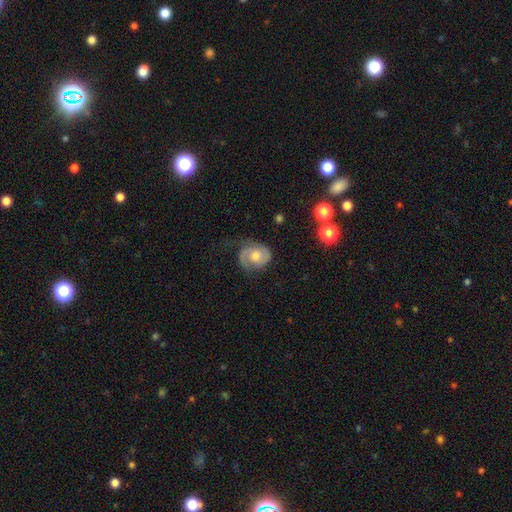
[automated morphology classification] type=featured or disk (71%); edge-on=no (97%); bar=no (69%); spiral arms=yes (90%); winding=tight (43%); arm count=2 (72%); bulge=moderate (67%); merging=none (61%).